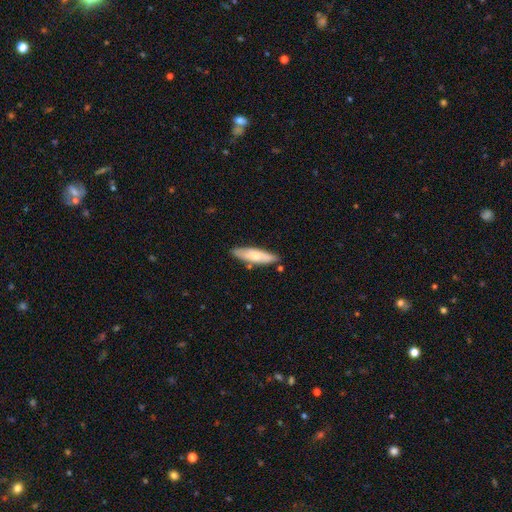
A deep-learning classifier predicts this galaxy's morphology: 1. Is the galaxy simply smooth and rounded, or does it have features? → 69% smooth, 25% featured or disk, 6% star or artifact.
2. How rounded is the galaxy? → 65% cigar-shaped, 34% in between, 1% round.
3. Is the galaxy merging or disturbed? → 80% none, 14% minor disturbance, 4% merger, 2% major disturbance.